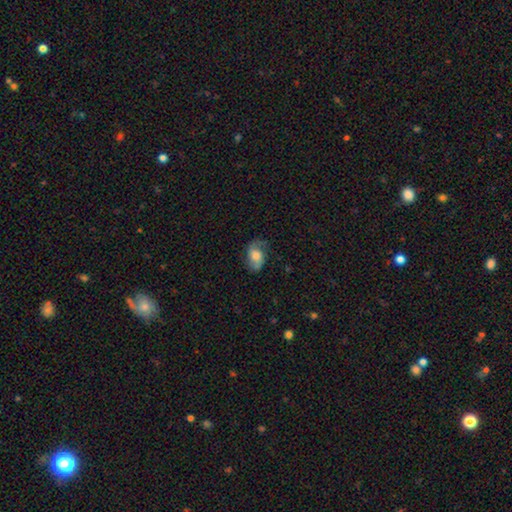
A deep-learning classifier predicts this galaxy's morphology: Overall: featured or disk (47%; smooth 45%). Merging: none (62%; minor disturbance 24%).